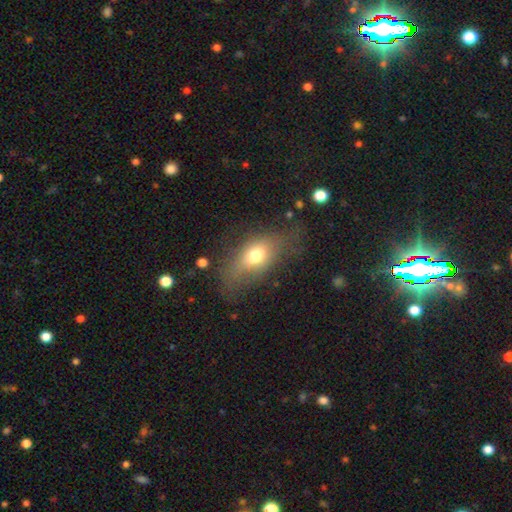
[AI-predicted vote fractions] A smooth galaxy with no disk features (64%) that is in between round and cigar-shaped (78%).

Vote fractions:
- Smooth or featured? smooth: 64% / featured or disk: 25% / star or artifact: 11%
- How rounded? in between: 78% / round: 14% / cigar-shaped: 9%
- Merging? none: 56% / minor disturbance: 23% / major disturbance: 19% / merger: 2%